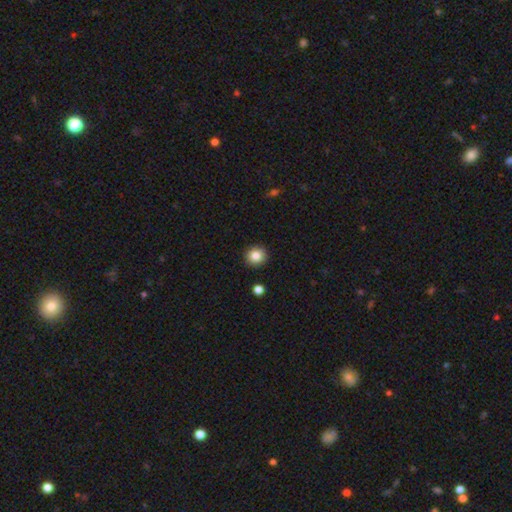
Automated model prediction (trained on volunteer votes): Morphology: type=smooth (85%); roundness=round (91%); merging=none (92%).